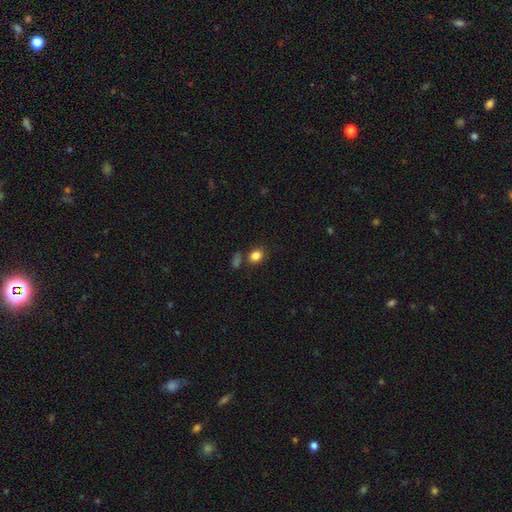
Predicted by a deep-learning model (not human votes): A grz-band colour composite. It shows a smooth galaxy with no disk features (84%) that is round (50%). Merging: none (72%).